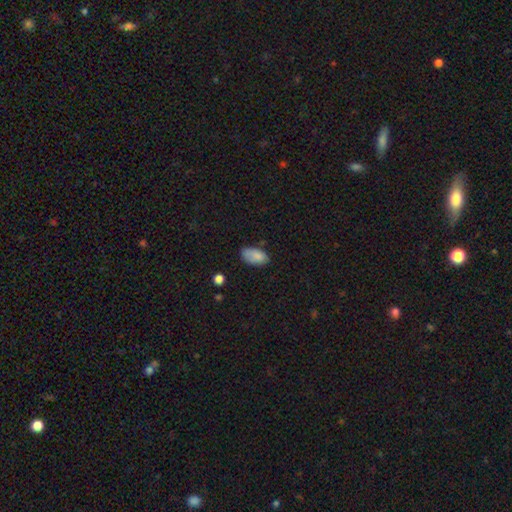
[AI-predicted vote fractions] The model was most divided on "merging": none: 63%, minor disturbance: 28%, major disturbance: 7%, merger: 3%. More confident: how rounded — in between (94%); smooth or featured — smooth (84%).